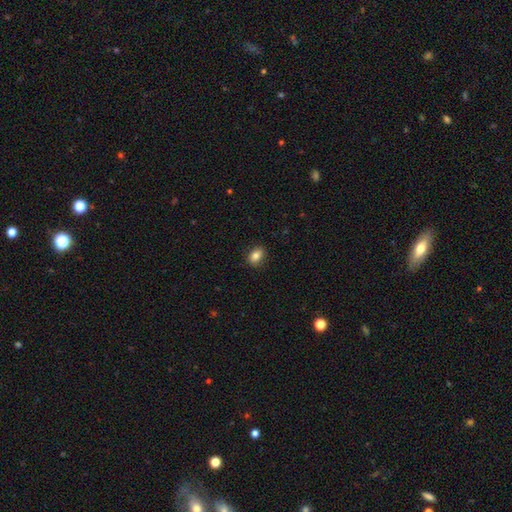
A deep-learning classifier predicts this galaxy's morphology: Smooth or featured? smooth (83%)
How rounded? in between (75%)
Merging? none (86%)